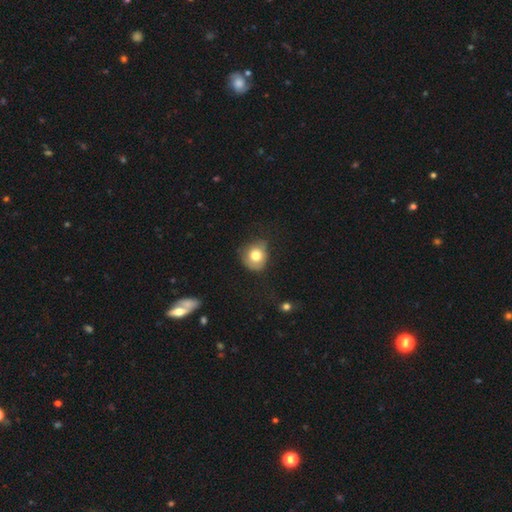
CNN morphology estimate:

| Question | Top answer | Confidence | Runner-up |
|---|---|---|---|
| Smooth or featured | smooth | 75% | featured or disk (16%) |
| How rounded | round | 77% | in between (22%) |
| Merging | none | 56% | minor disturbance (30%) |